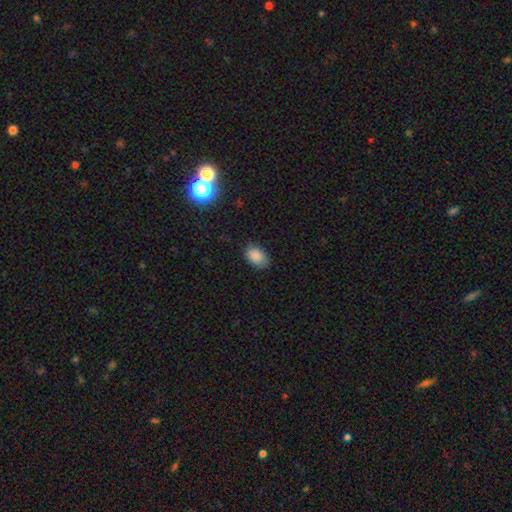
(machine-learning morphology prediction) A smooth galaxy with no disk features (87%) that is in between round and cigar-shaped (88%).

Vote fractions:
- Smooth or featured? smooth: 87% / star or artifact: 9% / featured or disk: 4%
- How rounded? in between: 88% / round: 11% / cigar-shaped: 1%
- Merging? none: 80% / minor disturbance: 16% / major disturbance: 3% / merger: 1%